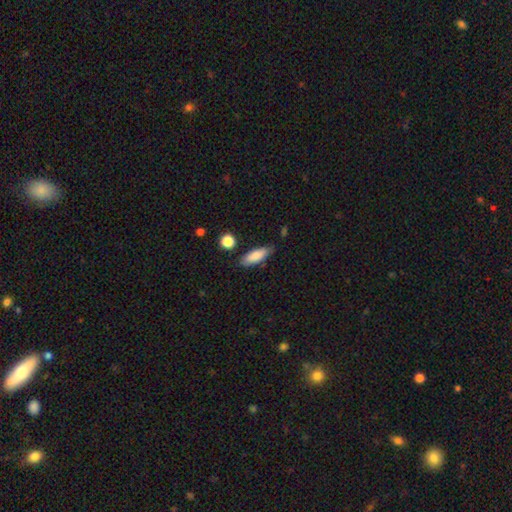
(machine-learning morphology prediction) Smooth or featured? smooth (82%)
How rounded? in between (61%)
Merging? none (77%)